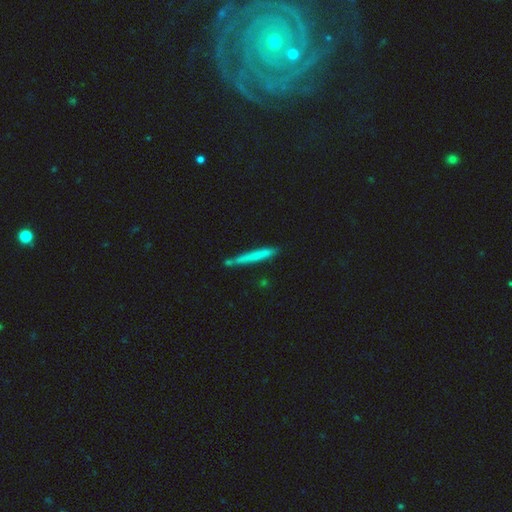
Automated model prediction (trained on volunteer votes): Q: Smooth or featured?
A: smooth (65%); runner-up: featured or disk (28%)
Q: How rounded?
A: cigar-shaped (96%); runner-up: in between (2%)
Q: Merging?
A: none (77%); runner-up: minor disturbance (14%)